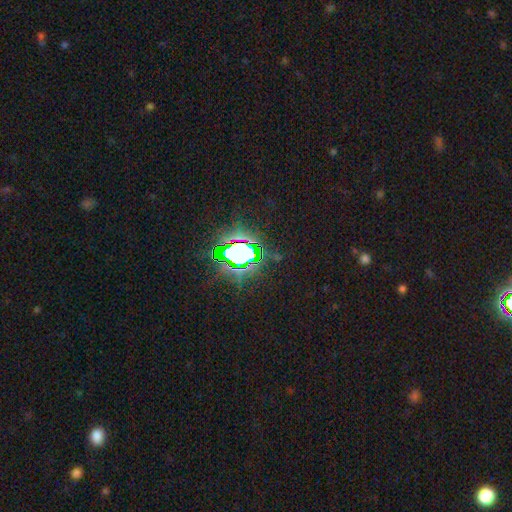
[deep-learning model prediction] Overall: star or artifact (82%).